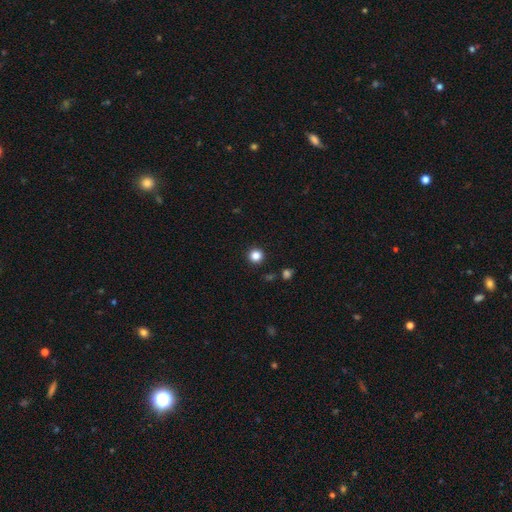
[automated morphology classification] This appears to be a smooth galaxy with no disk features (84%) that is round (95%). Merging: none (92%).